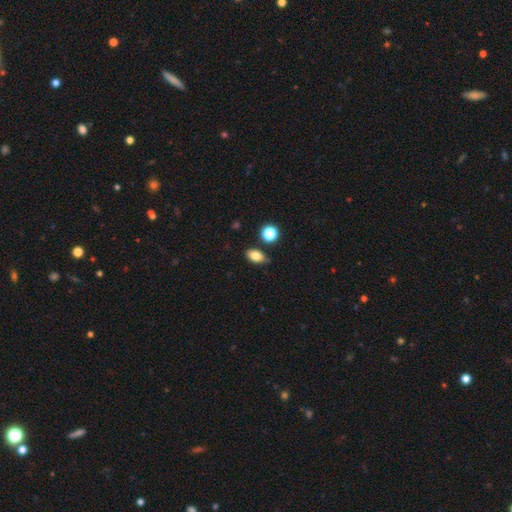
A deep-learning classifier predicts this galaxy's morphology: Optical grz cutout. It shows a smooth galaxy with no disk features (81%) that is in between round and cigar-shaped (85%). Merging: none (77%).